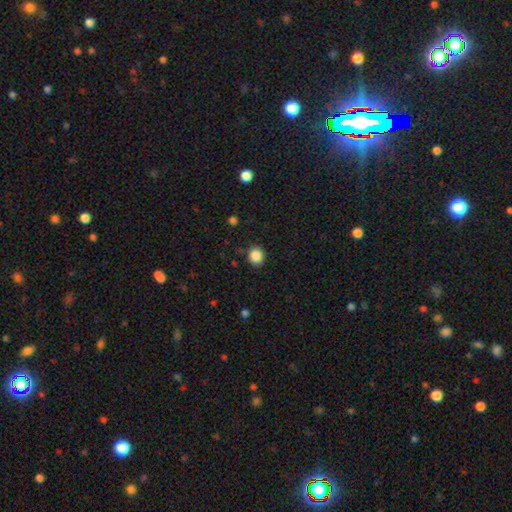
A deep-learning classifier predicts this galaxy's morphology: Smooth or featured? smooth (87%)
How rounded? round (81%)
Merging? none (87%)